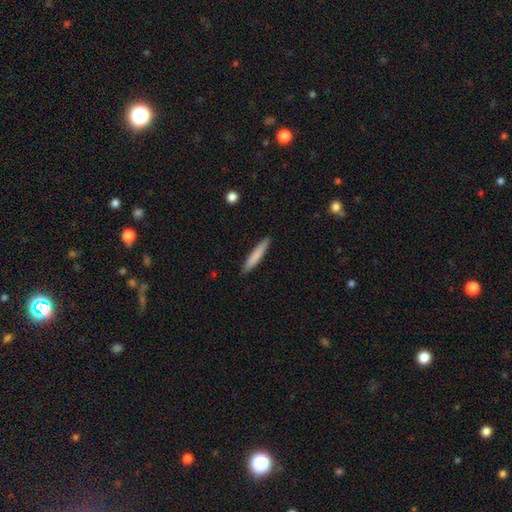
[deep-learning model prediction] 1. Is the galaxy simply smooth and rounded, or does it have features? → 79% smooth, 16% featured or disk, 5% star or artifact.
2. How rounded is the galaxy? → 93% cigar-shaped, 5% in between, 1% round.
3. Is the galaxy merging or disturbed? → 90% none, 8% minor disturbance, 2% major disturbance, 1% merger.